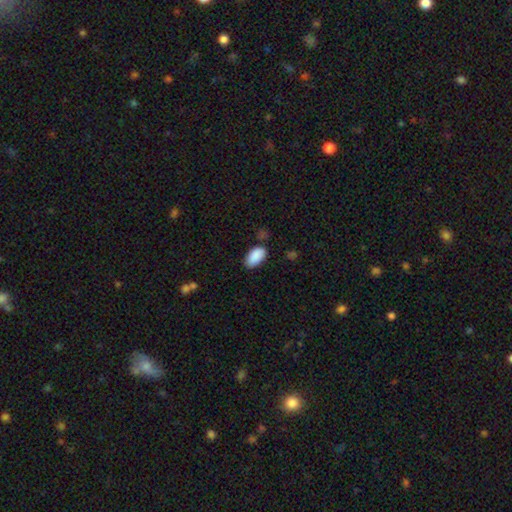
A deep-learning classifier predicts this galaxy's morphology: type=smooth (90%); roundness=in between (95%); merging=none (76%).